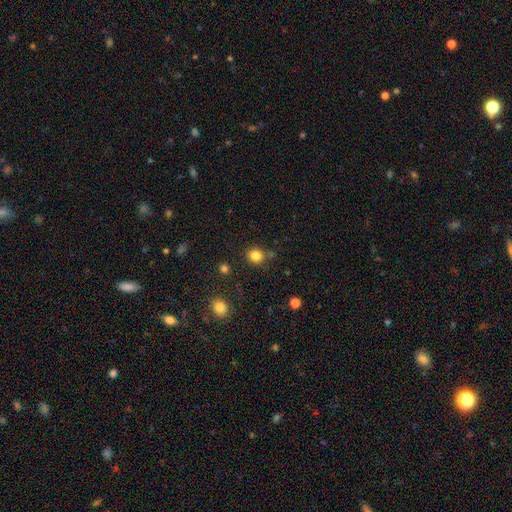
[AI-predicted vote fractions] Smooth or featured?
  - smooth: 83% *
  - star or artifact: 12%
  - featured or disk: 4%
How rounded?
  - round: 88% *
  - in between: 11%
  - cigar-shaped: 1%
Merging?
  - none: 82% *
  - minor disturbance: 9%
  - merger: 5%
  - major disturbance: 3%